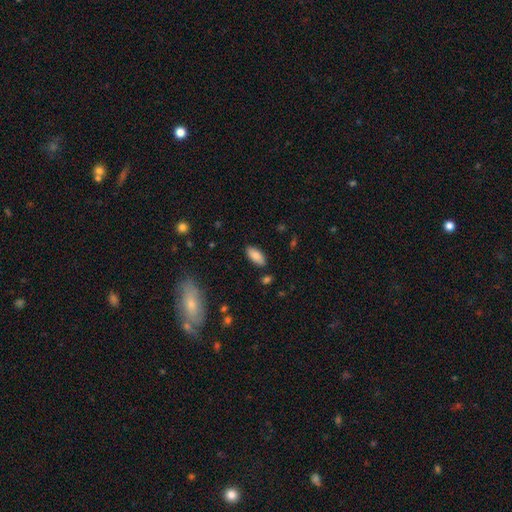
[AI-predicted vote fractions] A smooth galaxy with no disk features (85%) that is in between round and cigar-shaped (87%).

Vote fractions:
- Smooth or featured? smooth: 85% / featured or disk: 8% / star or artifact: 7%
- How rounded? in between: 87% / cigar-shaped: 11% / round: 2%
- Merging? none: 86% / minor disturbance: 10% / major disturbance: 2% / merger: 2%